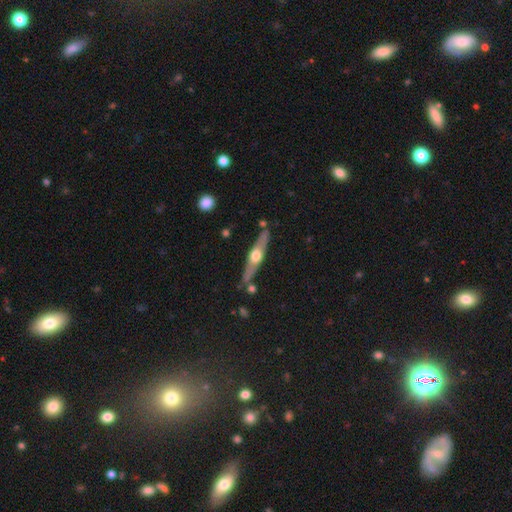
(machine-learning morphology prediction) Smooth or featured? featured or disk (67%)
Edge-on disk? yes (93%)
Edge-on bulge? rounded (93%)
Merging? none (80%)